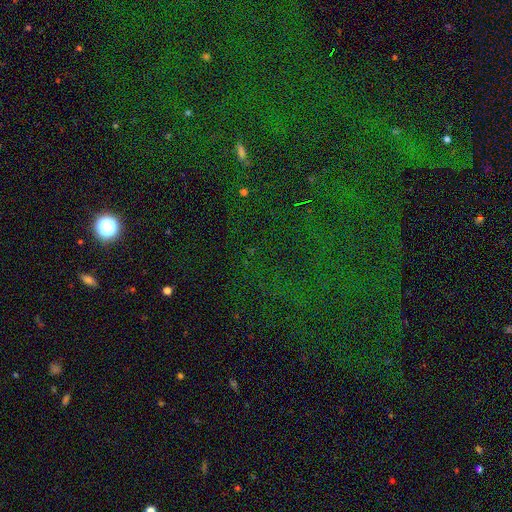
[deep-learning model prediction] Smooth or featured?
  - star or artifact: 81% *
  - smooth: 11%
  - featured or disk: 8%